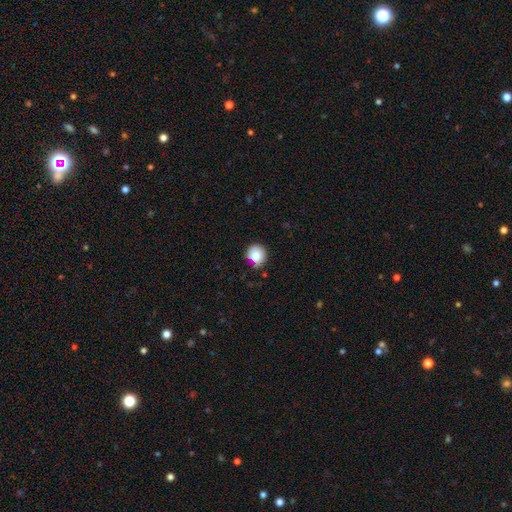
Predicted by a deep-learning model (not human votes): smooth-or-featured: smooth: 83% | star or artifact: 9% | featured or disk: 8%
  how-rounded: round: 88% | in between: 11% | cigar-shaped: 1%
  merging: none: 72% | minor disturbance: 21% | major disturbance: 4% | merger: 3%